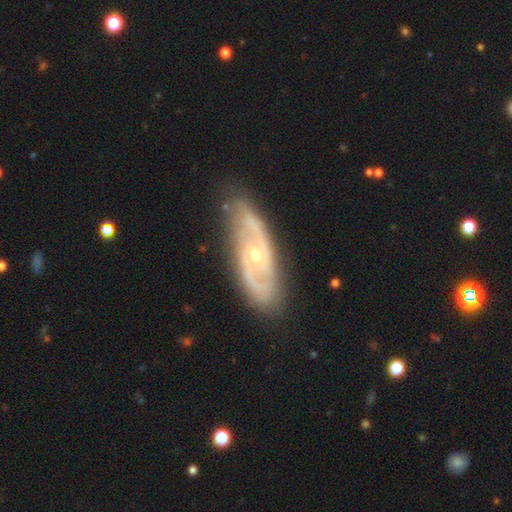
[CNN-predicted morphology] Smooth or featured? Predicted: featured or disk (p=0.86). Edge-on disk? Predicted: no (p=0.90). Bar? Predicted: no (p=0.62). Spiral arms? Predicted: yes (p=0.93). Spiral winding? Predicted: medium (p=0.47). Spiral arm count? Predicted: 2 (p=0.73). Bulge size? Predicted: small (p=0.62). Merging? Predicted: none (p=0.79).